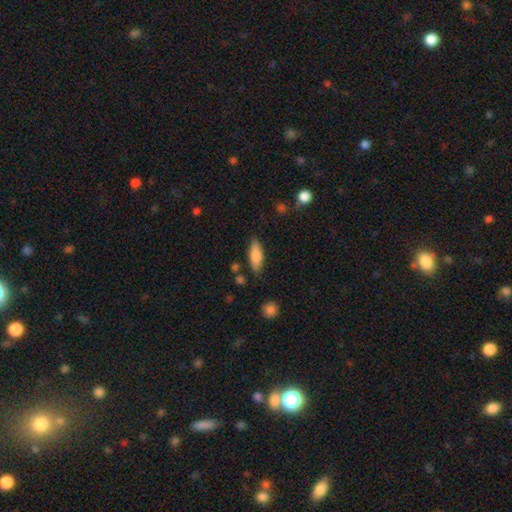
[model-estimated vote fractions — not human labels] This appears to be a smooth galaxy with no disk features (81%) that is in between round and cigar-shaped (58%). Merging: none (82%).